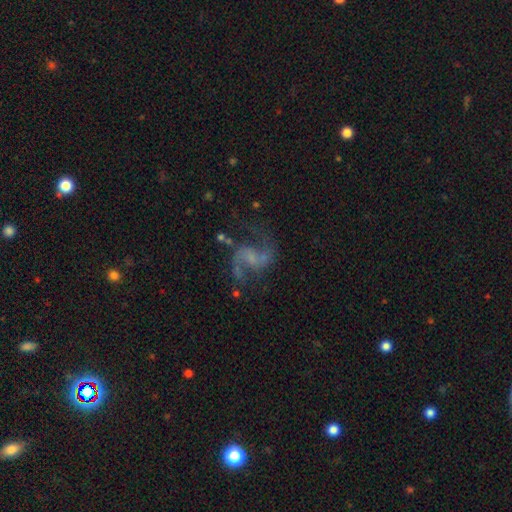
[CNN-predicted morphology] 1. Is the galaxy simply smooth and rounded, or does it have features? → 83% featured or disk, 11% star or artifact, 6% smooth.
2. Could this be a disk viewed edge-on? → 98% no, 2% yes.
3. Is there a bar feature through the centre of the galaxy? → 44% no, 42% weak, 15% strong.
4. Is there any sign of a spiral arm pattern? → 95% yes, 5% no.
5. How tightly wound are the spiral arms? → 65% loose, 29% medium, 5% tight.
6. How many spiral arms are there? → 90% 2, 3% can't tell, 2% 1, 2% 3, 1% 4, 1% more than 4.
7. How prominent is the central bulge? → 42% small, 40% none, 14% moderate, 2% large, 1% dominant.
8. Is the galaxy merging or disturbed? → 67% none, 15% major disturbance, 15% minor disturbance, 4% merger.